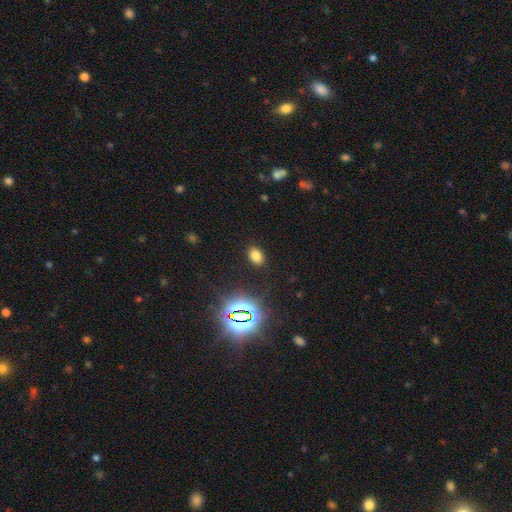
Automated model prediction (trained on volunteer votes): Smooth or featured? smooth (72%)
How rounded? in between (78%)
Merging? none (88%)